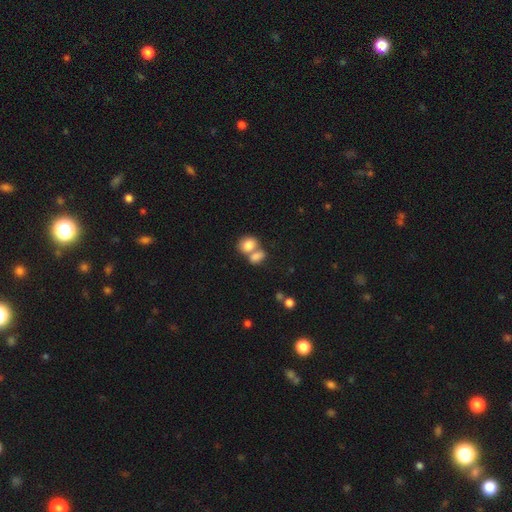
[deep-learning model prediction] A smooth galaxy with no disk features (80%) that is in between round and cigar-shaped (69%). Merging: merger (59%).